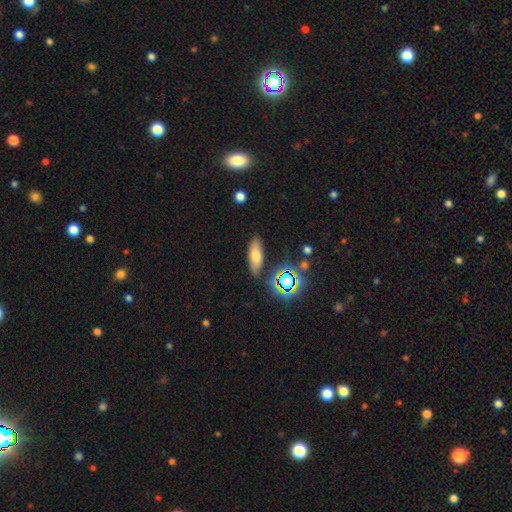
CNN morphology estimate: A smooth galaxy with no disk features (62%) that is in between round and cigar-shaped (66%). Merging: none (81%).